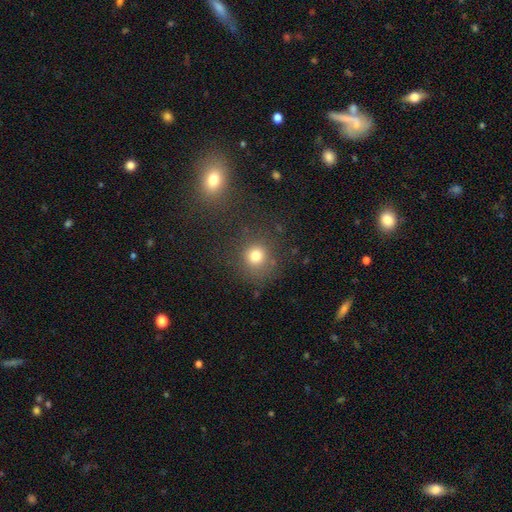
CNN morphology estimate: smooth 77%, star or artifact 16%, featured or disk 7%. Down the decision tree: how rounded — round (88%); merging — none (78%).